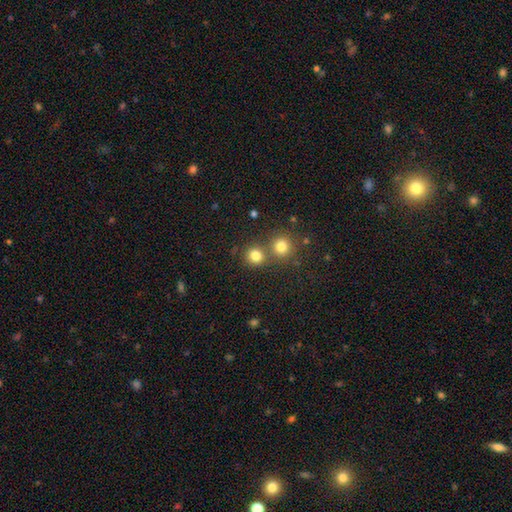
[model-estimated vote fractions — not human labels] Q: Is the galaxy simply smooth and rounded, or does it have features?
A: smooth — 81%.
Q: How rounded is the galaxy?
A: round — 88%.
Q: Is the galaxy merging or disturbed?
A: none — 67%.